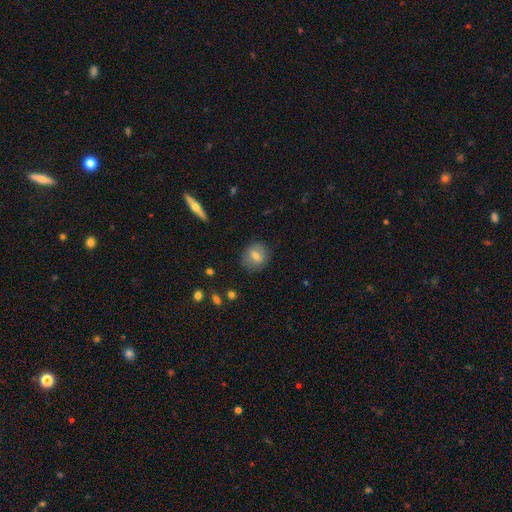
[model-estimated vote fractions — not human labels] Smooth or featured? Predicted: smooth (p=0.67). How rounded? Predicted: round (p=0.75). Merging? Predicted: none (p=0.85).